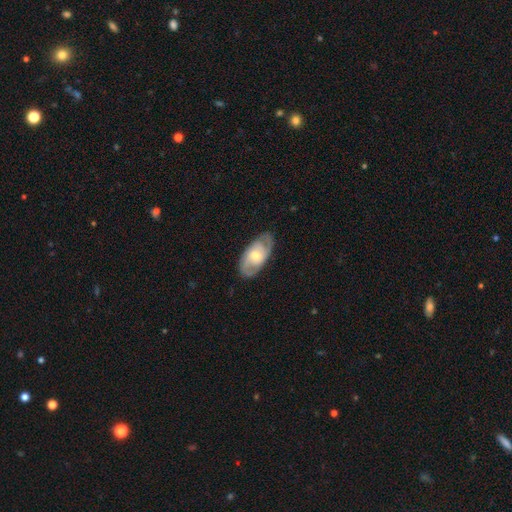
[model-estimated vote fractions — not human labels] Smooth or featured?
  - featured or disk: 71% *
  - smooth: 24%
  - star or artifact: 5%
Edge-on disk?
  - no: 92% *
  - yes: 8%
Bar?
  - no: 56% *
  - weak: 35%
  - strong: 8%
Spiral arms?
  - yes: 87% *
  - no: 13%
Spiral winding?
  - tight: 43% * (tied)
  - medium: 43% * (tied)
  - loose: 13%
Spiral arm count?
  - 2: 70% *
  - can't tell: 17%
  - 3: 7%
  - 1: 3%
  - 4: 2%
  - more than 4: 2%
Bulge size?
  - moderate: 60% *
  - small: 33%
  - large: 5%
  - none: 1%
  - dominant: 1%
Merging?
  - none: 79% *
  - minor disturbance: 15%
  - major disturbance: 4%
  - merger: 1%